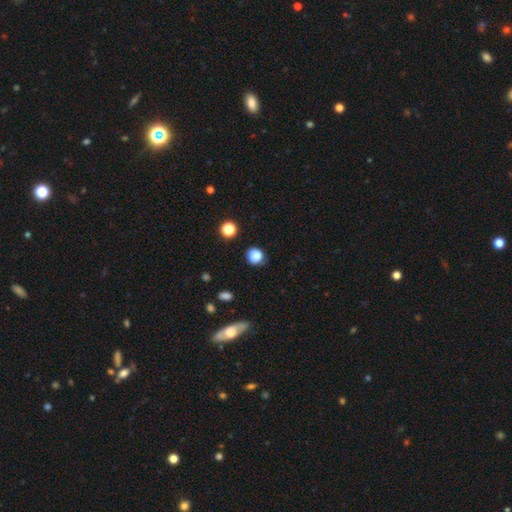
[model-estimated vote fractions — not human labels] Smooth or featured? Predicted: smooth (p=0.84). How rounded? Predicted: round (p=0.84). Merging? Predicted: none (p=0.76).